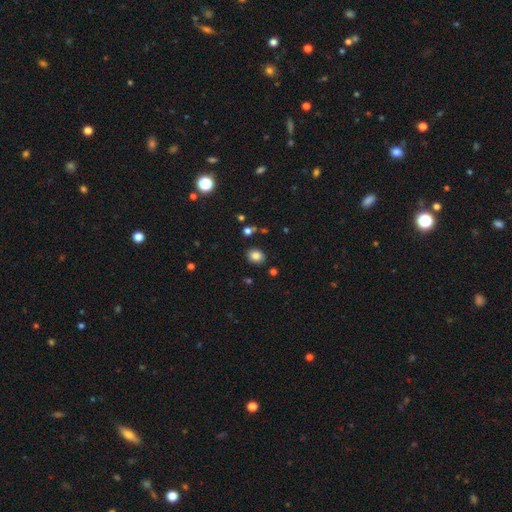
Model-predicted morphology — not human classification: A smooth galaxy with no disk features (83%) that is in between round and cigar-shaped (56%).

Vote fractions:
- Smooth or featured? smooth: 83% / star or artifact: 10% / featured or disk: 6%
- How rounded? in between: 56% / round: 43% / cigar-shaped: 1%
- Merging? none: 85% / minor disturbance: 9% / merger: 3% / major disturbance: 3%